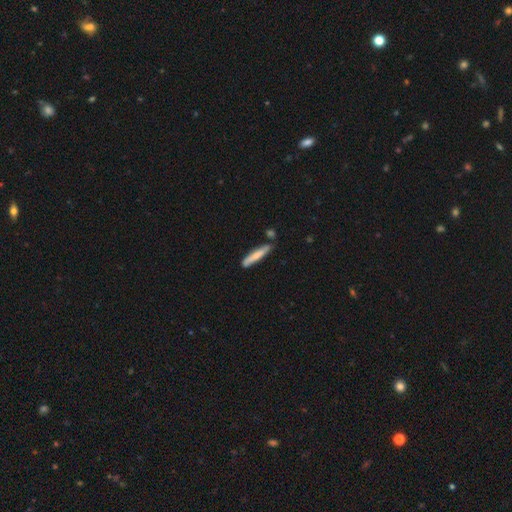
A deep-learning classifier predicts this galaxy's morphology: Smooth or featured? smooth (68%)
How rounded? cigar-shaped (90%)
Merging? none (73%)